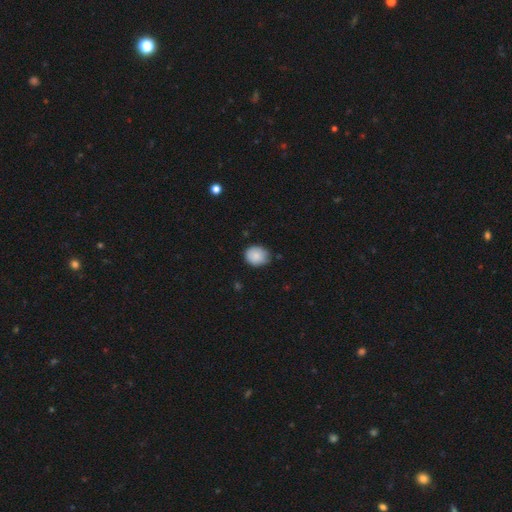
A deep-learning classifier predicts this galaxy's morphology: This is clearly a smooth galaxy (85%). How rounded: likely round (71%). Merging: likely none (67%).